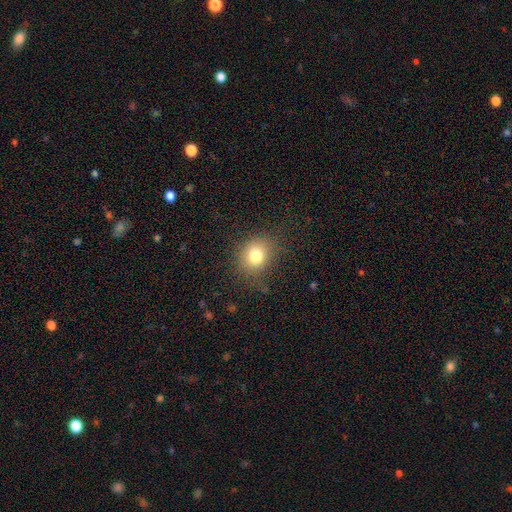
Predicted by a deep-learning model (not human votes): Q: Smooth or featured?
A: smooth (78%); runner-up: star or artifact (13%)
Q: How rounded?
A: round (64%); runner-up: in between (35%)
Q: Merging?
A: none (77%); runner-up: minor disturbance (15%)